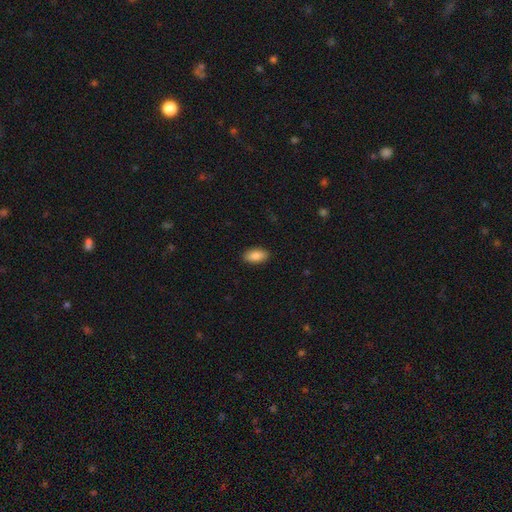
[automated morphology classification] This is clearly a smooth galaxy (87%). How rounded: clearly in between (93%). Merging: clearly none (90%).